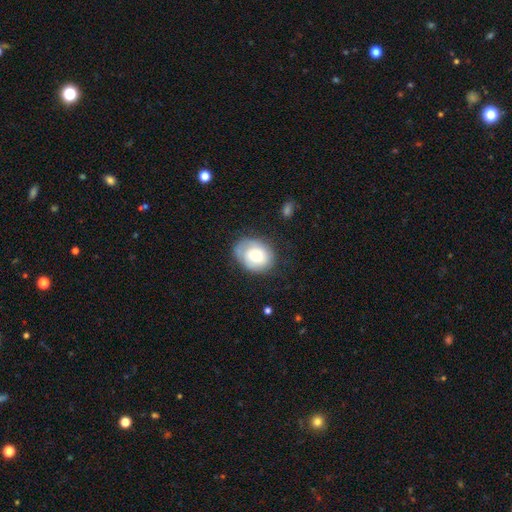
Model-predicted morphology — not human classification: Smooth or featured: smooth — 69% (featured or disk — 24%)
How rounded: in between — 60% (round — 40%)
Merging: none — 61% (minor disturbance — 26%)